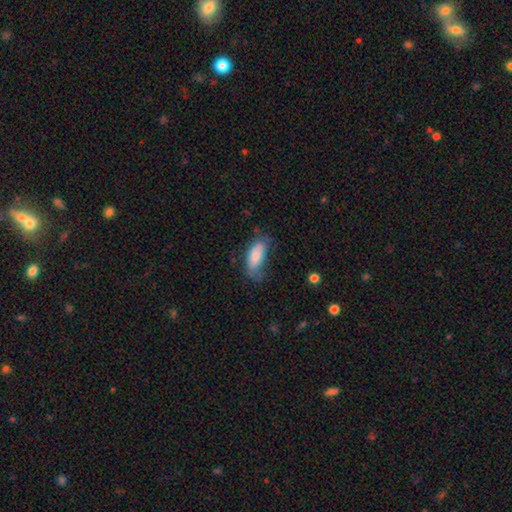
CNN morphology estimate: Q: Smooth or featured?
A: smooth (81%); runner-up: featured or disk (12%)
Q: How rounded?
A: in between (85%); runner-up: cigar-shaped (13%)
Q: Merging?
A: none (50%); runner-up: minor disturbance (32%)